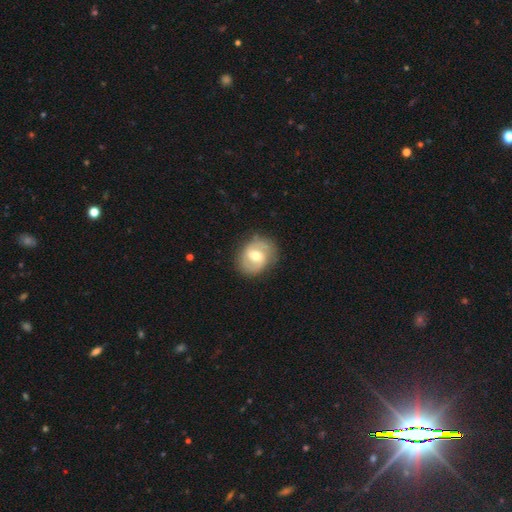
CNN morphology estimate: A featured or disk galaxy (64%) with a weak bar (53%), 2 (83%) medium (45%) spiral arms (82%) and a moderate central bulge (69%).

Vote fractions:
- Smooth or featured? featured or disk: 64% / smooth: 30% / star or artifact: 6%
- Edge-on disk? no: 97% / yes: 3%
- Bar? weak: 53% / no: 30% / strong: 17%
- Spiral arms? yes: 82% / no: 18%
- Spiral winding? medium: 45% / tight: 34% / loose: 21%
- Spiral arm count? 2: 83% / can't tell: 10% / 1: 3% / 3: 2% / 4: 1% / more than 4: 1%
- Bulge size? moderate: 69% / small: 23% / large: 6% / none: 1% / dominant: 1%
- Merging? none: 80% / minor disturbance: 14% / major disturbance: 5% / merger: 1%